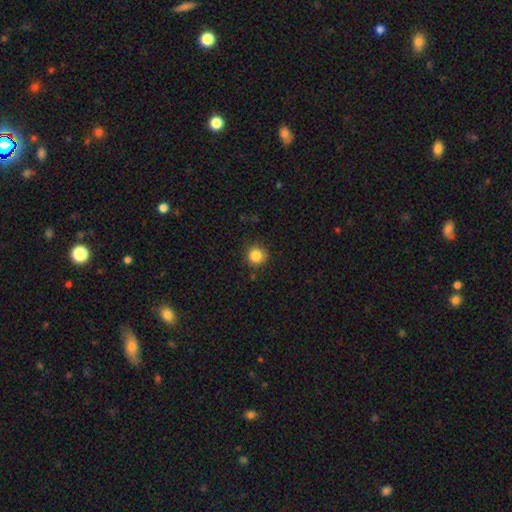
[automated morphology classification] Q: Smooth or featured?
A: smooth (85%); runner-up: star or artifact (11%)
Q: How rounded?
A: round (93%); runner-up: in between (6%)
Q: Merging?
A: none (87%); runner-up: minor disturbance (9%)